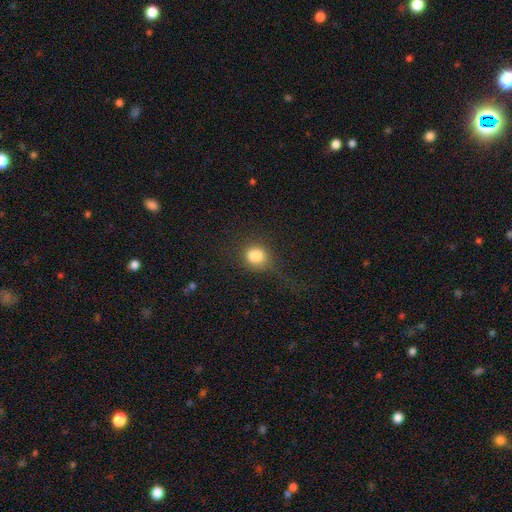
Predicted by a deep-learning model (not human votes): Q: Smooth or featured?
A: smooth (81%); runner-up: star or artifact (11%)
Q: How rounded?
A: round (67%); runner-up: in between (31%)
Q: Merging?
A: none (54%); runner-up: minor disturbance (24%)